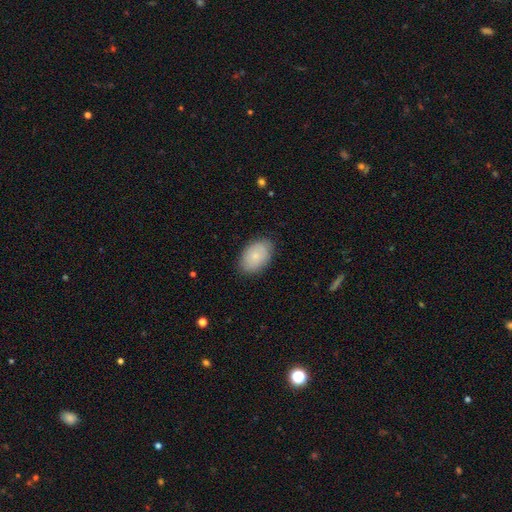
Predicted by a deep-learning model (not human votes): smooth 78%, featured or disk 15%, star or artifact 7%. Down the decision tree: how rounded — in between (89%); merging — none (83%).